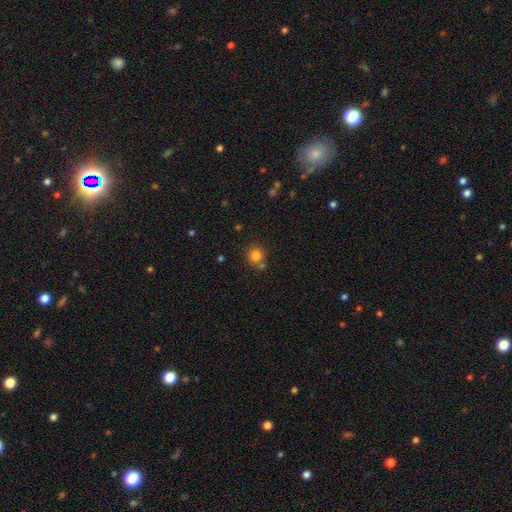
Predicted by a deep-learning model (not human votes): This appears to be a smooth galaxy with no disk features (81%) that is round (88%). Merging: none (69%).